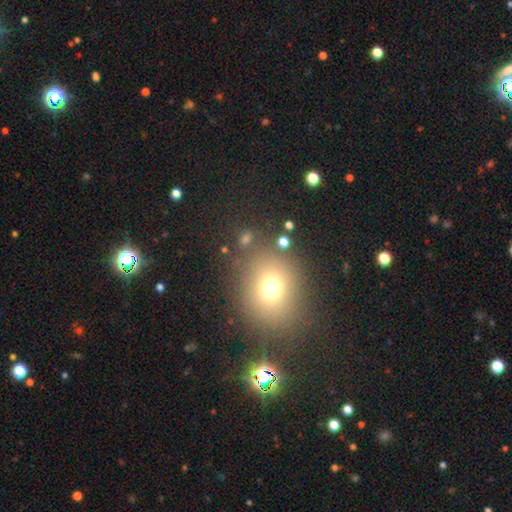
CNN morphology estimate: Smooth or featured?
  - smooth: 57% *
  - star or artifact: 33%
  - featured or disk: 10%
How rounded?
  - round: 68% *
  - in between: 31%
  - cigar-shaped: 2%
Merging?
  - none: 83% *
  - minor disturbance: 9%
  - merger: 4%
  - major disturbance: 4%